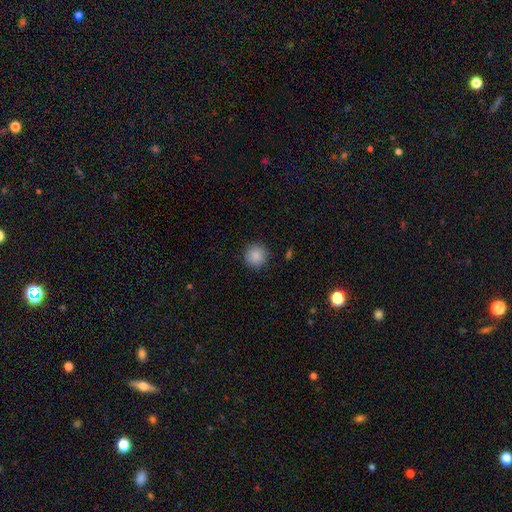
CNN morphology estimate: Smooth or featured: smooth — 88% (star or artifact — 8%)
How rounded: round — 94% (in between — 5%)
Merging: none — 88% (minor disturbance — 8%)